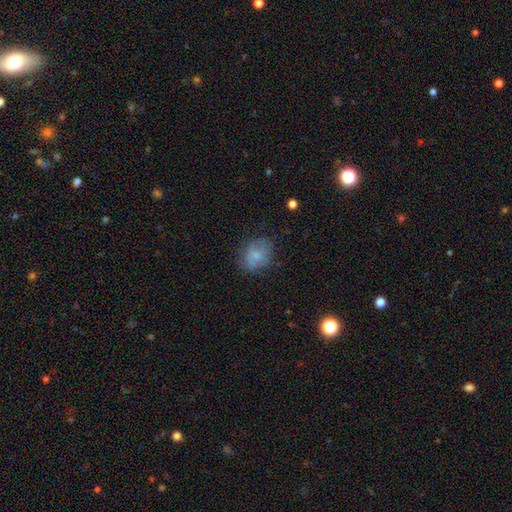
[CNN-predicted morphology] Overall: smooth (70%). How rounded: in between (51%; round 48%). Merging: none (65%).